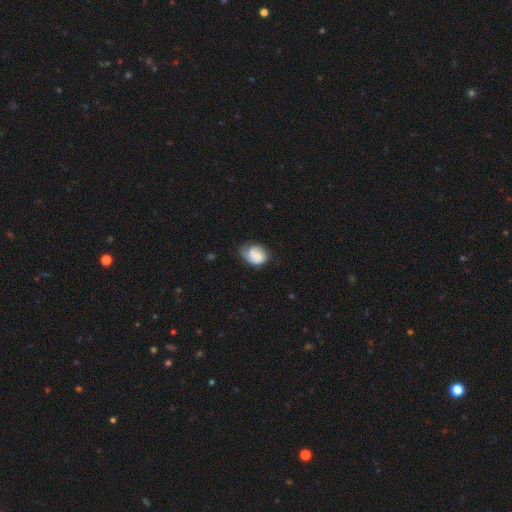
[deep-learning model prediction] This appears to be a smooth galaxy with no disk features (51%) that is in between round and cigar-shaped (59%). Merging: none (55%).